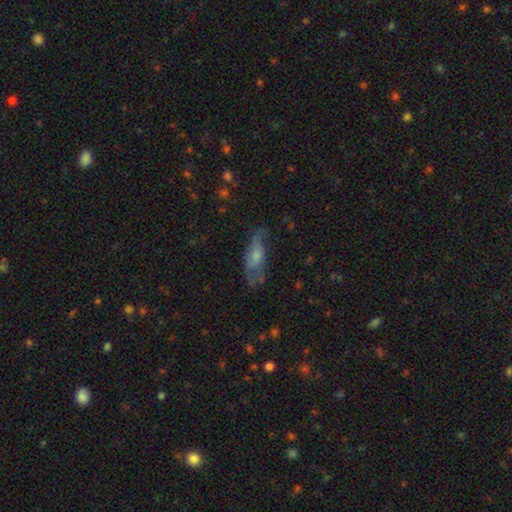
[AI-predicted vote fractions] A smooth galaxy with no disk features (50%).

Vote fractions:
- Smooth or featured? smooth: 50% / featured or disk: 42% / star or artifact: 9%
- Merging? none: 45% / minor disturbance: 29% / major disturbance: 23% / merger: 3%